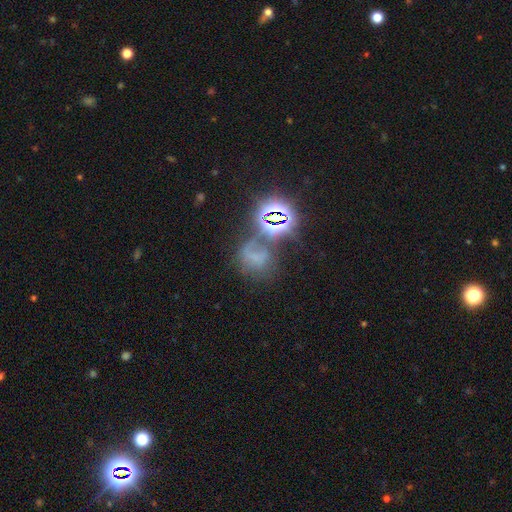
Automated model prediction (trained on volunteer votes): The model was most divided on "smooth or featured": star or artifact: 44%, smooth: 32%, featured or disk: 25%.